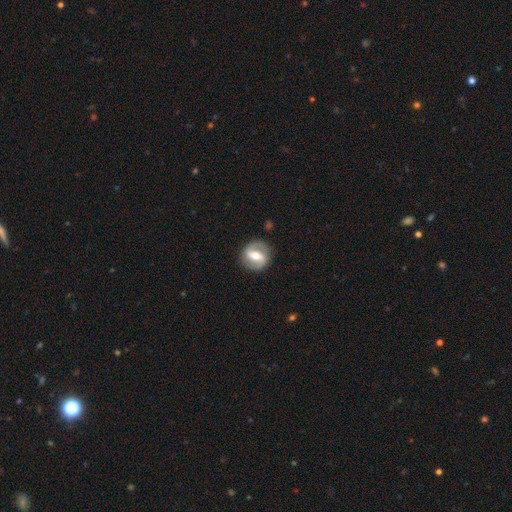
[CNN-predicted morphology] smooth-or-featured: featured or disk: 73% | smooth: 22% | star or artifact: 6%
  disk-edge-on: no: 95% | yes: 5%
    bar: strong: 50% | weak: 36% | no: 14%
    has-spiral-arms: yes: 81% | no: 19%
      spiral-winding: medium: 45% | loose: 28% | tight: 27%
      spiral-arm-count: 2: 88% | can't tell: 6% | 1: 3% | 3: 1% | 4: 1% | more than 4: 1%
    bulge-size: moderate: 67% | small: 21% | large: 10% | dominant: 1% | none: 1%
  merging: none: 84% | minor disturbance: 11% | major disturbance: 4% | merger: 1%